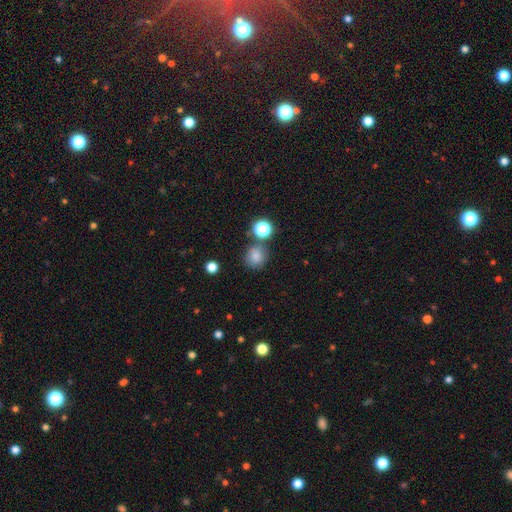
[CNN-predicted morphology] Q: Smooth or featured?
A: smooth (80%); runner-up: star or artifact (14%)
Q: How rounded?
A: round (87%); runner-up: in between (12%)
Q: Merging?
A: none (74%); runner-up: minor disturbance (11%)